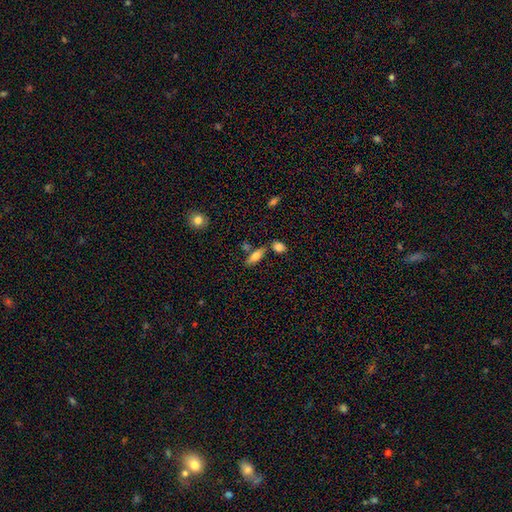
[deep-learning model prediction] This is likely a smooth galaxy (72%). How rounded: likely in between (63%). Merging: likely none (65%).